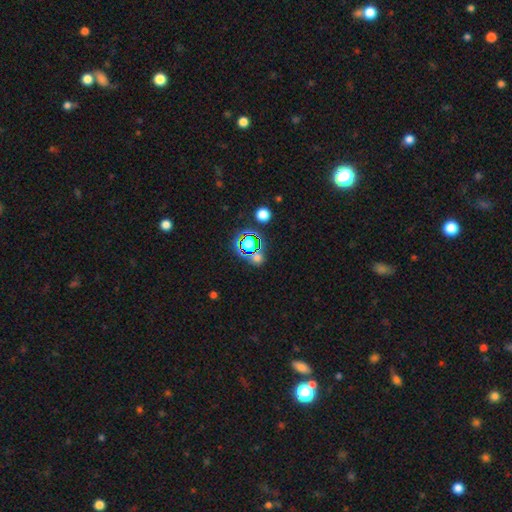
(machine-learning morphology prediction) Q: Smooth or featured?
A: star or artifact (71%); runner-up: smooth (20%)